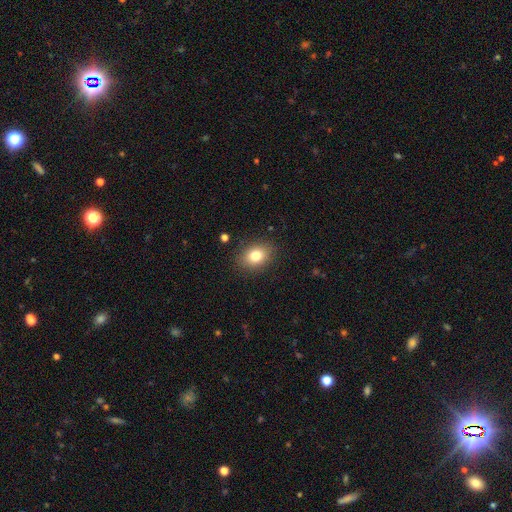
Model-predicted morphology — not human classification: Overall: smooth (80%). How rounded: in between (63%; round 36%). Merging: none (87%).